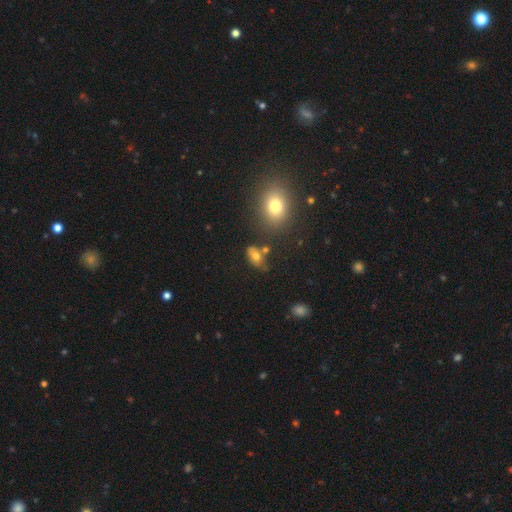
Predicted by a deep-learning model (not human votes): The model was most divided on "merging": none: 60%, minor disturbance: 20%, merger: 12%, major disturbance: 7%. More confident: how rounded — in between (83%); smooth or featured — smooth (70%).